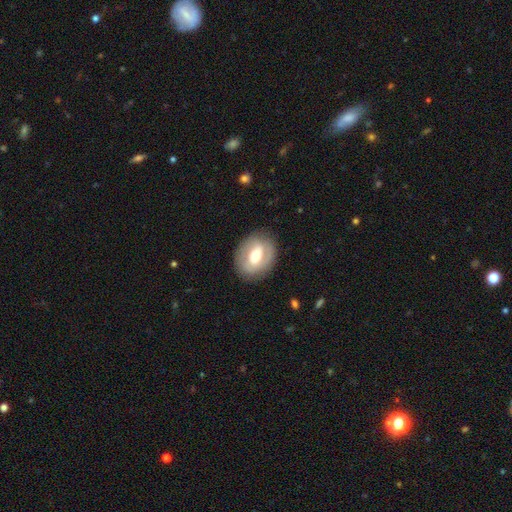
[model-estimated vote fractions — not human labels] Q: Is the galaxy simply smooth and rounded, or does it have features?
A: featured or disk — 55%.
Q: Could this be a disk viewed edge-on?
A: no — 93%.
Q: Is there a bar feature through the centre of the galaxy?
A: weak — 41%.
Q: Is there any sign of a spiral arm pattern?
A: no — 57%.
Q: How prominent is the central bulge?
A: moderate — 67%.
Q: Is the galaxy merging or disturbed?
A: none — 83%.